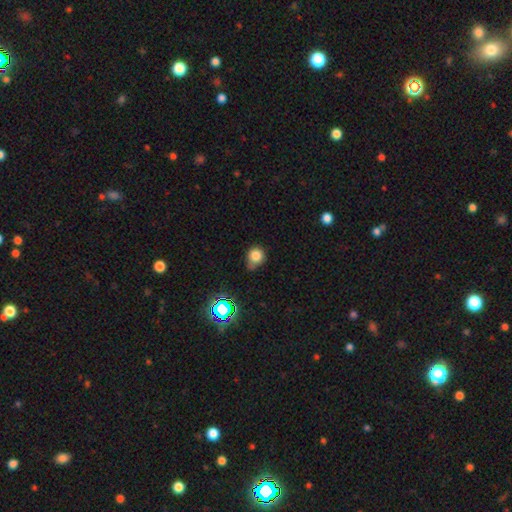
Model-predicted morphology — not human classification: This appears to be a smooth galaxy with no disk features (78%) that is round (79%). Merging: none (53%).